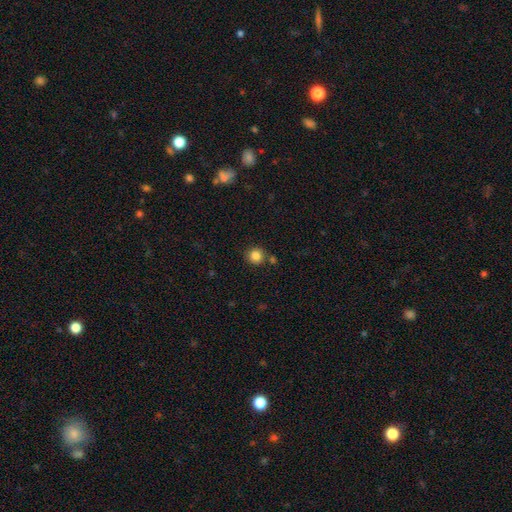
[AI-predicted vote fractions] A smooth galaxy with no disk features (84%) that is round (93%).

Vote fractions:
- Smooth or featured? smooth: 84% / star or artifact: 11% / featured or disk: 5%
- How rounded? round: 93% / in between: 6% / cigar-shaped: 1%
- Merging? none: 81% / merger: 9% / minor disturbance: 8% / major disturbance: 3%